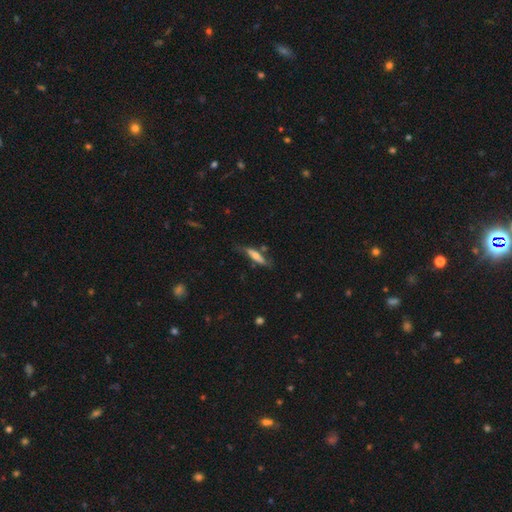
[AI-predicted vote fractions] Q: Smooth or featured?
A: smooth (51%); runner-up: featured or disk (42%)
Q: How rounded?
A: cigar-shaped (79%); runner-up: in between (19%)
Q: Merging?
A: none (62%); runner-up: minor disturbance (24%)